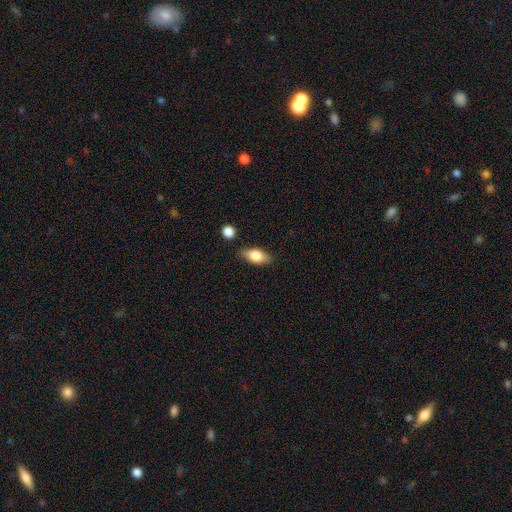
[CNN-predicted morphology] The model was most divided on "smooth or featured": smooth: 77%, featured or disk: 16%, star or artifact: 7%. More confident: how rounded — in between (86%); merging — none (82%).